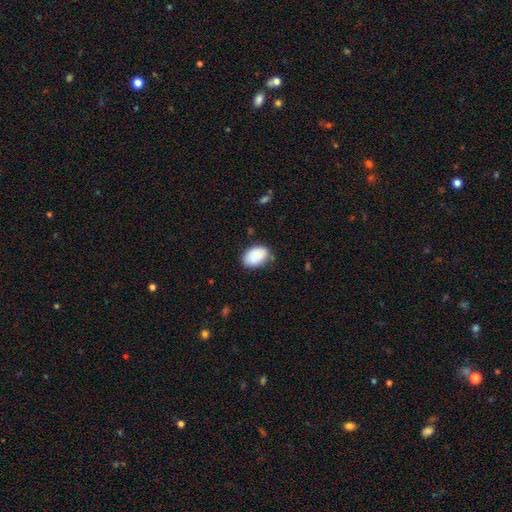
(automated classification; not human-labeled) Smooth or featured?
  - smooth: 88% *
  - star or artifact: 6%
  - featured or disk: 5%
How rounded?
  - in between: 88% *
  - round: 11%
  - cigar-shaped: 1%
Merging?
  - none: 75% *
  - minor disturbance: 19%
  - major disturbance: 4%
  - merger: 2%